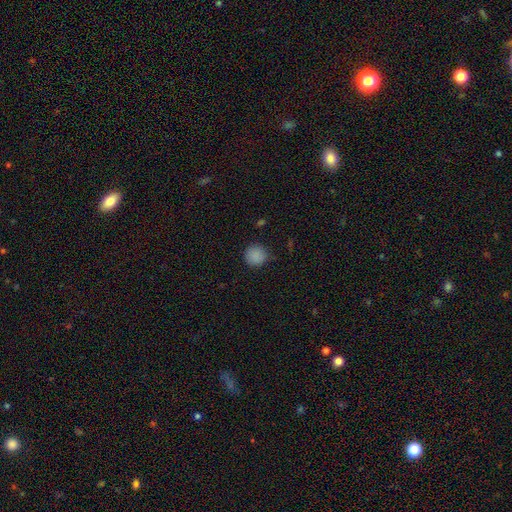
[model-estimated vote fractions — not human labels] Overall: smooth (87%). How rounded: round (93%). Merging: none (84%).